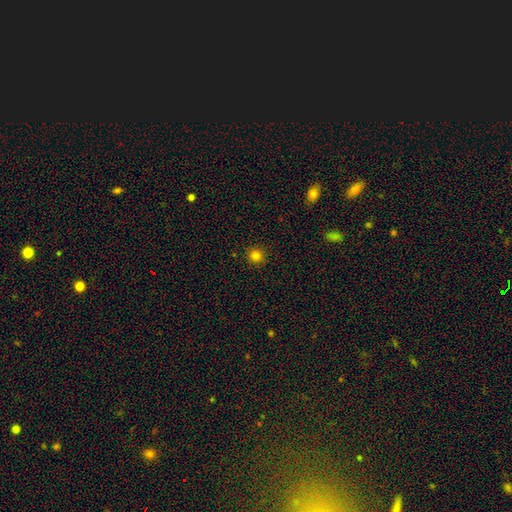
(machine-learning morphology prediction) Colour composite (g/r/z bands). It shows a smooth galaxy with no disk features (81%) that is round (94%). Merging: none (92%).